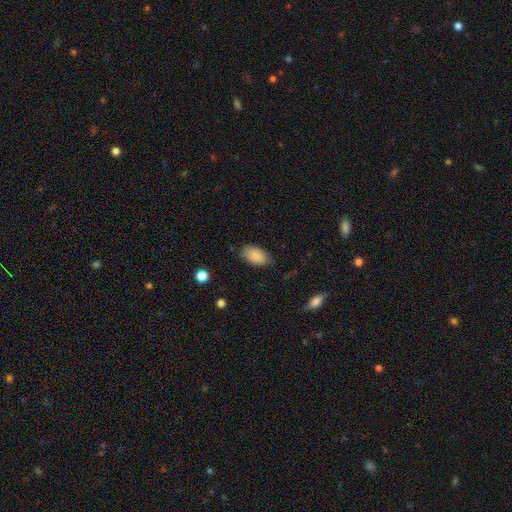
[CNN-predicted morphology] This is clearly a smooth galaxy (88%). How rounded: clearly in between (94%). Merging: clearly none (81%).